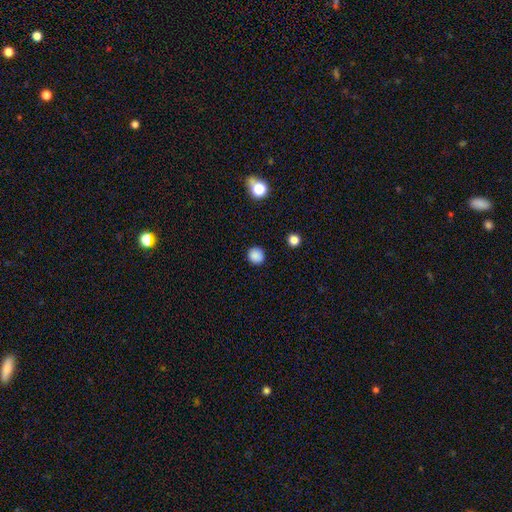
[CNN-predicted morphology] This is clearly a smooth galaxy (86%). How rounded: clearly round (91%). Merging: clearly none (90%).